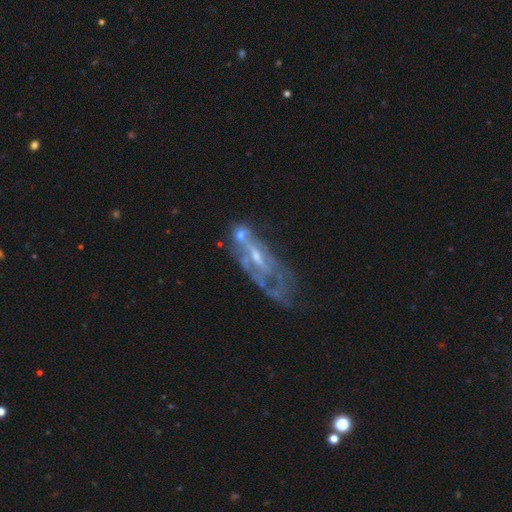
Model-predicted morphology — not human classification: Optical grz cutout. It shows a featured or disk galaxy (75%) with no bar (49%), spiral arms (51%) and a small central bulge (51%). Merging: none (32%).